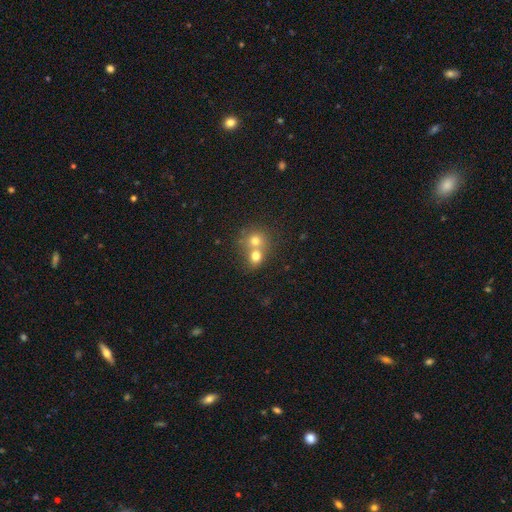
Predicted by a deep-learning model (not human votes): A smooth galaxy with no disk features (74%) that is round (72%). Merging: merger (66%).